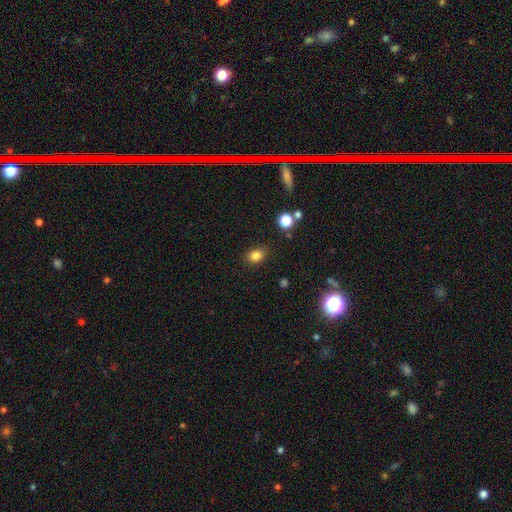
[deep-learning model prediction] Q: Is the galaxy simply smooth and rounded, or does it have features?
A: smooth — 83%.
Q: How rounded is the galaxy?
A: in between — 61%.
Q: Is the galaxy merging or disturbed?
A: none — 83%.